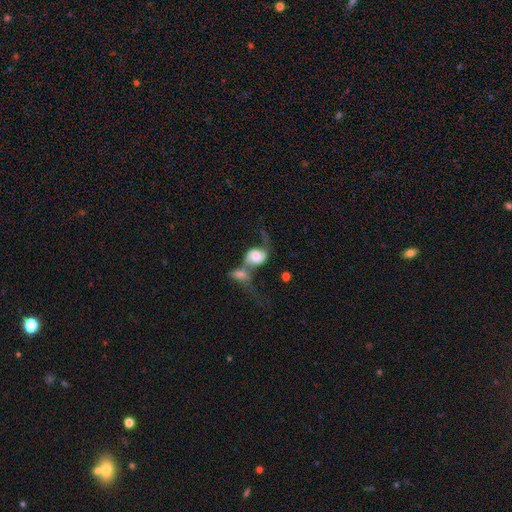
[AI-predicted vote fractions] The model was most divided on "bulge size" (2-way tie): large: 35%, moderate: 35%, small: 14%, dominant: 10%, none: 7%. More confident: edge-on disk — no (96%); spiral arms — yes (90%); spiral arm count — 2 (79%); spiral winding — loose (70%); smooth or featured — featured or disk (68%); bar — no (64%); merging — merger (62%).